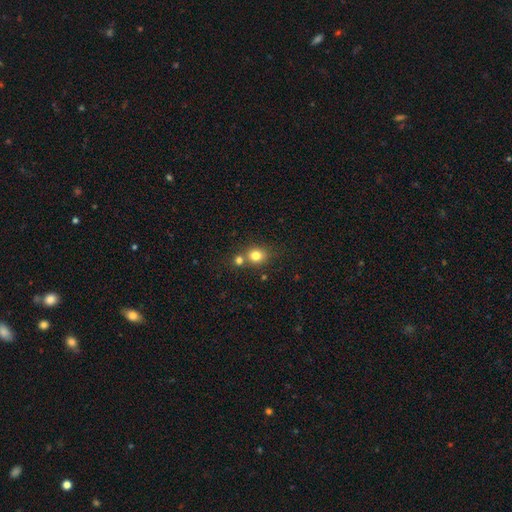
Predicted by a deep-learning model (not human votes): Smooth or featured? smooth (79%)
How rounded? round (73%)
Merging? none (57%)